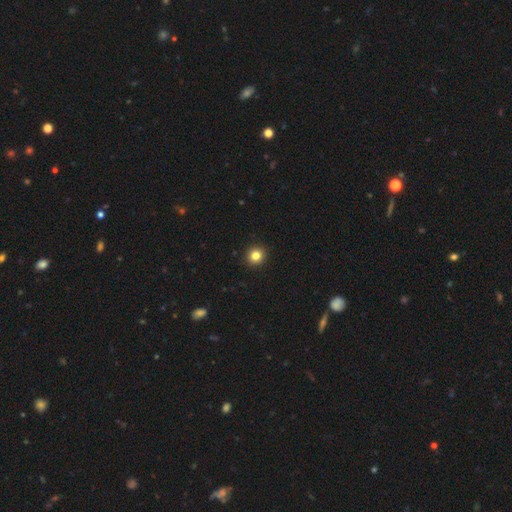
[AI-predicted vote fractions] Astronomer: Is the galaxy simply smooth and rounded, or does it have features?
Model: smooth — 82%.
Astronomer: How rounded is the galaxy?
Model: round — 93%.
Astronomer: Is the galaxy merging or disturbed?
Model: none — 93%.